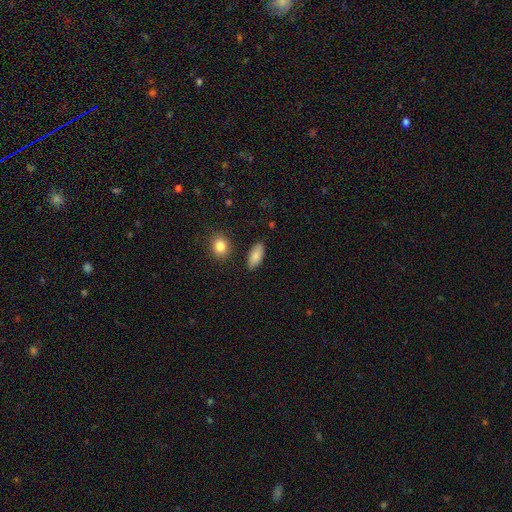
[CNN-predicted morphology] The model was most divided on "merging": none: 84%, minor disturbance: 10%, merger: 3%, major disturbance: 2%. More confident: how rounded — in between (87%); smooth or featured — smooth (85%).